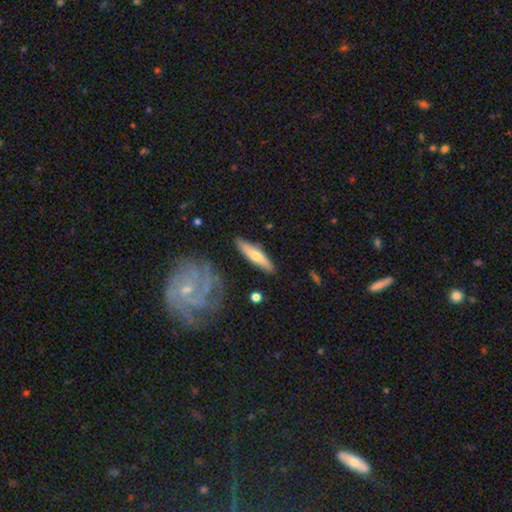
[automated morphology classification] smooth-or-featured: smooth: 53% | featured or disk: 41% | star or artifact: 6%
  how-rounded: cigar-shaped: 80% | in between: 18% | round: 2%
  merging: none: 85% | minor disturbance: 10% | merger: 3% | major disturbance: 2%